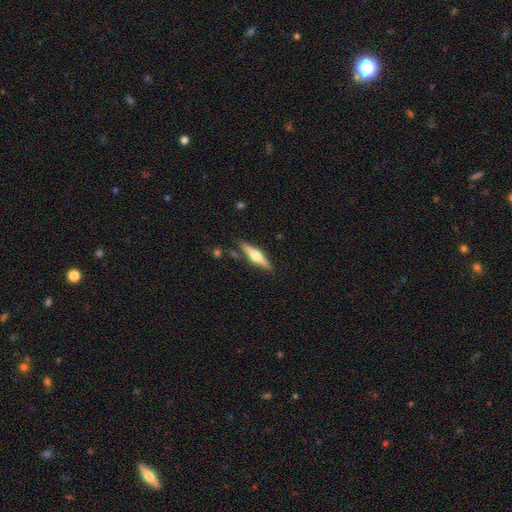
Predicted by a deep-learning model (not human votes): Smooth or featured? featured or disk (62%)
Edge-on disk? yes (96%)
Edge-on bulge? rounded (93%)
Merging? none (84%)